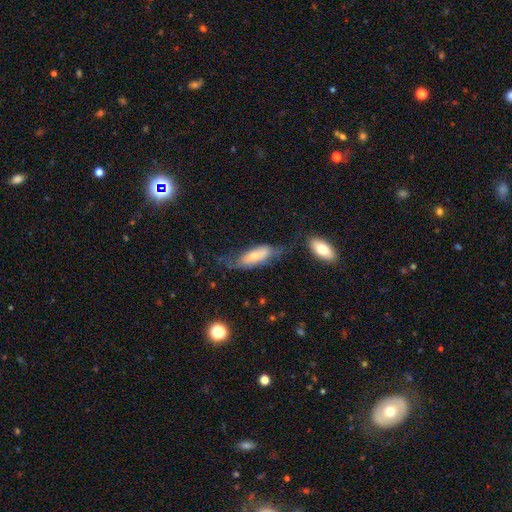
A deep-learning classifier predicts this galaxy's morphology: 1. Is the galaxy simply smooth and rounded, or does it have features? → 58% smooth, 35% featured or disk, 7% star or artifact.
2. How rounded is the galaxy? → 64% in between, 34% cigar-shaped, 2% round.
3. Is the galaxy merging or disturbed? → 41% none, 29% minor disturbance, 24% major disturbance, 6% merger.